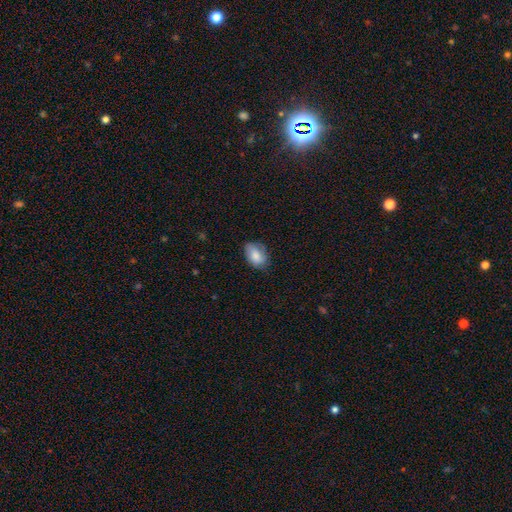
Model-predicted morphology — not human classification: type=smooth (82%); roundness=in between (88%); merging=none (72%).